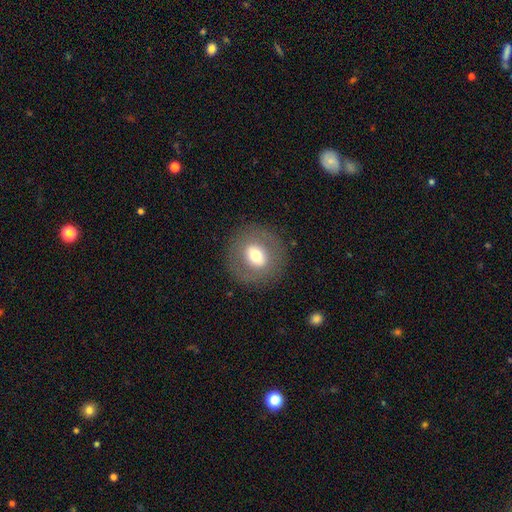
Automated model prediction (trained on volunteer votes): smooth-or-featured: smooth: 57% | featured or disk: 34% | star or artifact: 9%
  how-rounded: round: 81% | in between: 18% | cigar-shaped: 1%
  merging: none: 85% | minor disturbance: 9% | major disturbance: 6% | merger: 1%